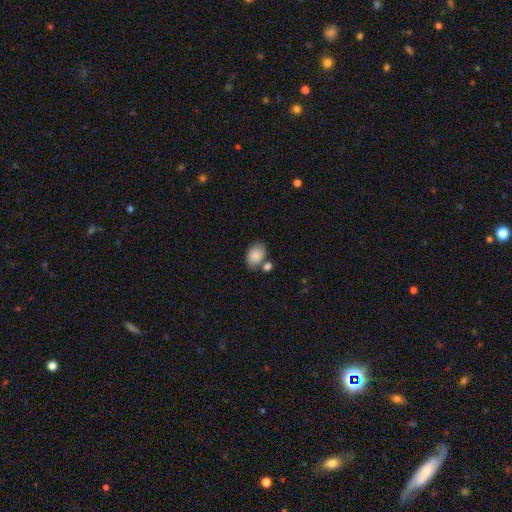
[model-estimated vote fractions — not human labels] Smooth or featured?
  - smooth: 84% *
  - featured or disk: 9%
  - star or artifact: 7%
How rounded?
  - in between: 82% *
  - round: 17%
  - cigar-shaped: 1%
Merging?
  - none: 58% *
  - merger: 20%
  - minor disturbance: 17%
  - major disturbance: 5%